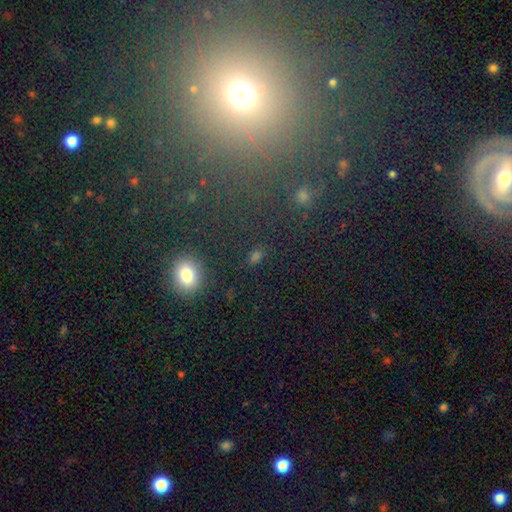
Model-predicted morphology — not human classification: A smooth galaxy with no disk features (71%) that is in between round and cigar-shaped (66%). Merging: none (83%).